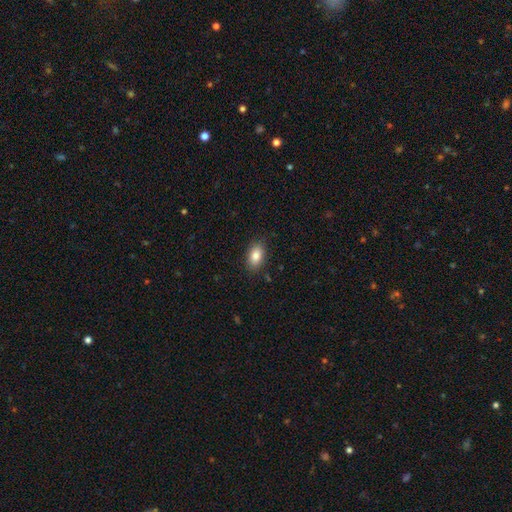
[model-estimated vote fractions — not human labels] Q: Smooth or featured?
A: smooth (85%); runner-up: star or artifact (8%)
Q: How rounded?
A: in between (89%); runner-up: round (9%)
Q: Merging?
A: none (86%); runner-up: minor disturbance (10%)